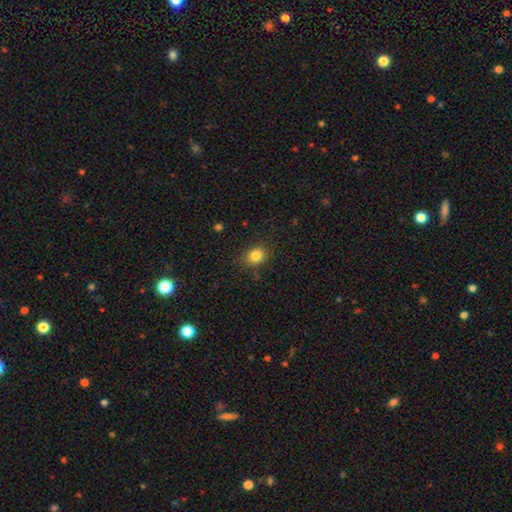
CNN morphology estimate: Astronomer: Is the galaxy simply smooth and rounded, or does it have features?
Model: smooth — 83%.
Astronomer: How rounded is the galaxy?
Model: round — 55% (runner-up: in between, 45%).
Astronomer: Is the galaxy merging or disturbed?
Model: none — 85%.